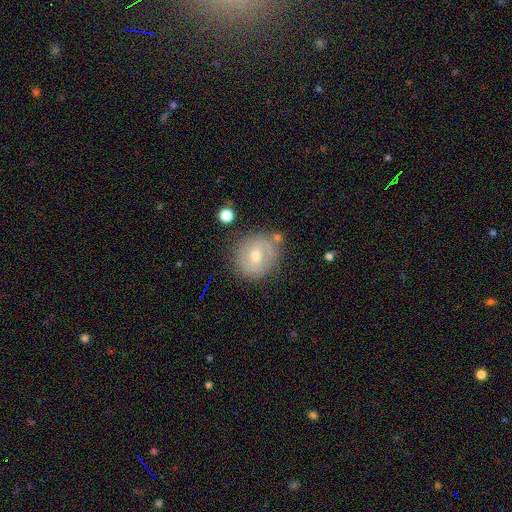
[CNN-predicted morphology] A featured or disk galaxy (54%) with a weak bar (47%), spiral arms (61%) and a moderate central bulge (60%).

Vote fractions:
- Smooth or featured? featured or disk: 54% / smooth: 37% / star or artifact: 9%
- Edge-on disk? no: 96% / yes: 4%
- Bar? weak: 47% / no: 36% / strong: 17%
- Spiral arms? yes: 61% / no: 39%
- Bulge size? moderate: 60% / small: 36% / large: 2% / none: 1% / dominant: 1%
- Merging? none: 77% / minor disturbance: 14% / major disturbance: 4% / merger: 4%